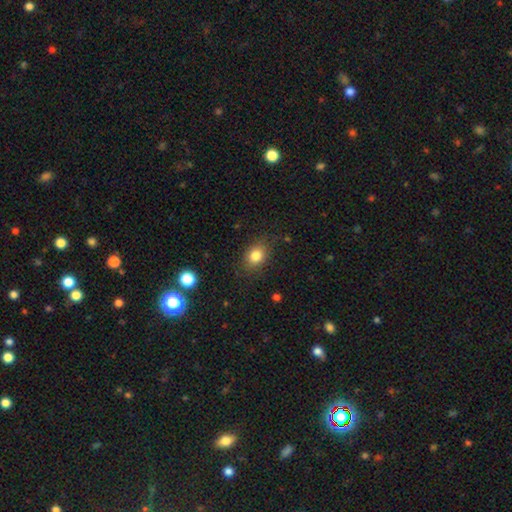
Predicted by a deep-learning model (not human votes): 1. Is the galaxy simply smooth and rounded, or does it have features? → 82% smooth, 11% star or artifact, 7% featured or disk.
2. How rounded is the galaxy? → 58% in between, 41% round, 1% cigar-shaped.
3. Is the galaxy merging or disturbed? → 81% none, 14% minor disturbance, 4% major disturbance, 1% merger.